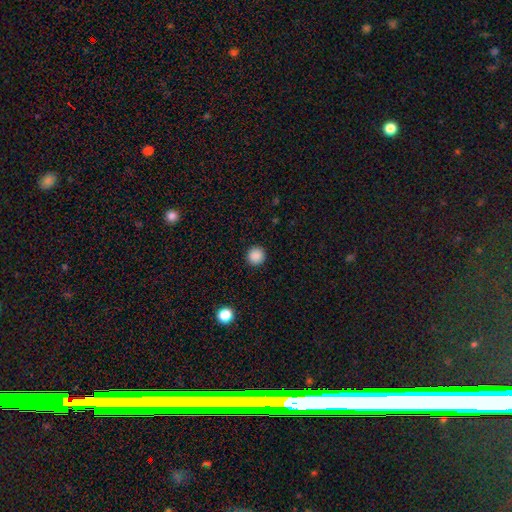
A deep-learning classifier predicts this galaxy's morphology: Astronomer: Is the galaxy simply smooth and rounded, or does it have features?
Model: smooth — 88%.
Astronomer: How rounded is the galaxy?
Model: round — 95%.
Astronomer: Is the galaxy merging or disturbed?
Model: none — 92%.